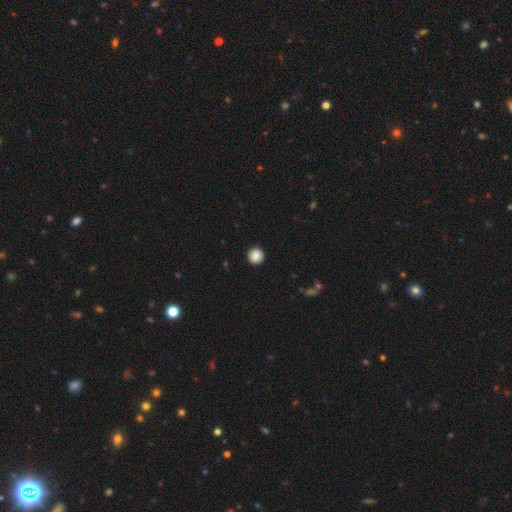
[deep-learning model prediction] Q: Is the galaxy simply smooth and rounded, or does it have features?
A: smooth — 87%.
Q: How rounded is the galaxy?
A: round — 95%.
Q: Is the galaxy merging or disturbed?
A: none — 92%.